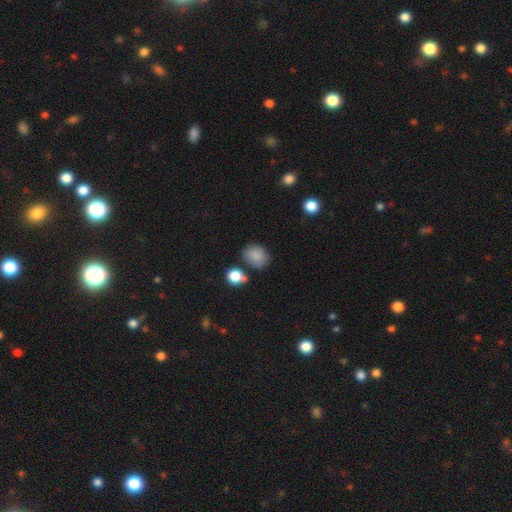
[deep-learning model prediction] smooth_or_featured: smooth (p=0.83) [alt: star or artifact p=0.10]
how_rounded: round (p=0.53) [alt: in between p=0.45]
merging: none (p=0.66) [alt: minor disturbance p=0.20]